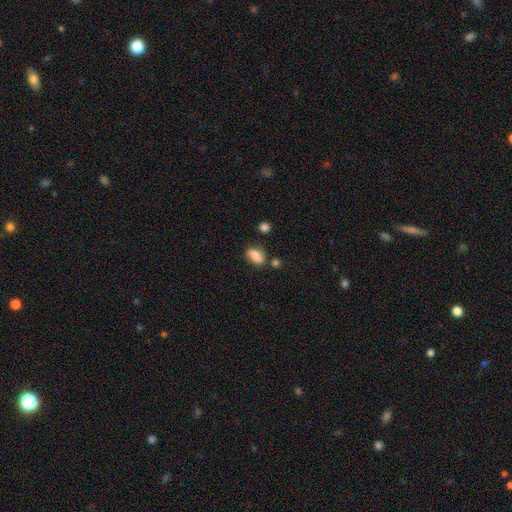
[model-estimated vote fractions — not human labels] Smooth or featured: smooth — 73% (featured or disk — 18%)
How rounded: in between — 83% (round — 12%)
Merging: none — 65% (minor disturbance — 21%)